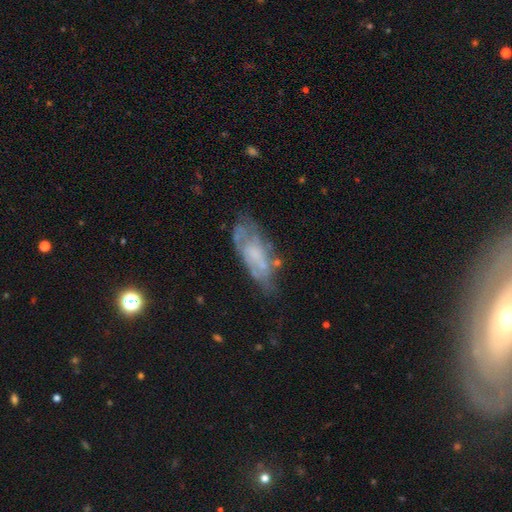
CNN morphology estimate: Smooth or featured? featured or disk (58%)
Edge-on disk? no (88%)
Bar? no (77%)
Spiral arms? no (56%)
Bulge size? none (38%)
Merging? none (48%)